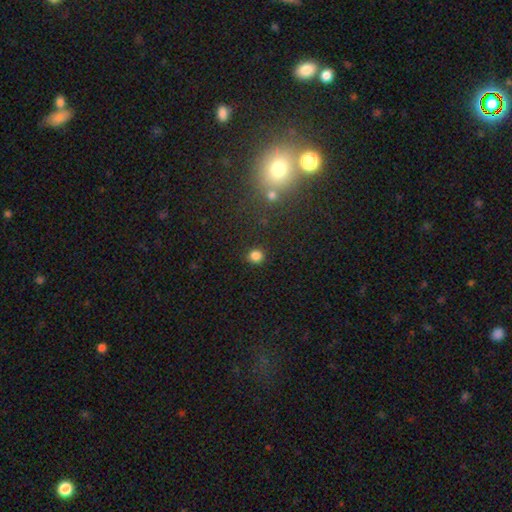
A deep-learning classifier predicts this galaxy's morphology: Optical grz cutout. It shows a smooth galaxy with no disk features (83%) that is round (87%). Merging: none (87%).